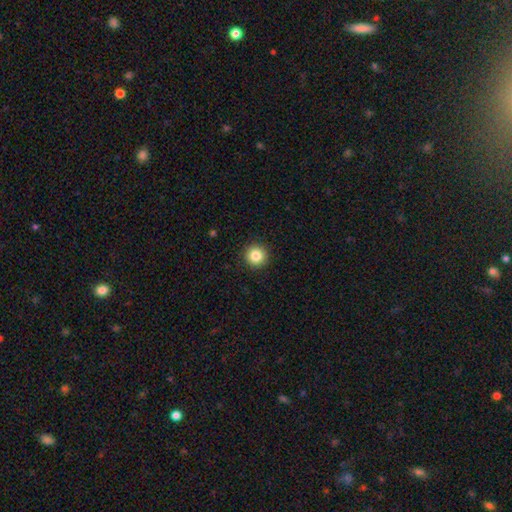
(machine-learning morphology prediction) A smooth galaxy with no disk features (84%) that is round (96%). Merging: none (93%).